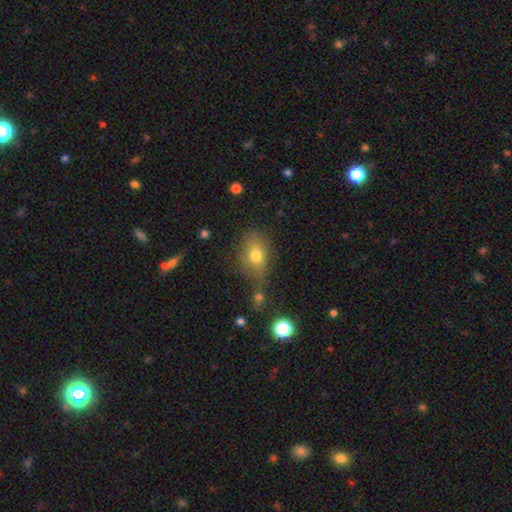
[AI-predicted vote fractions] Smooth or featured? smooth (75%)
How rounded? in between (71%)
Merging? none (54%)